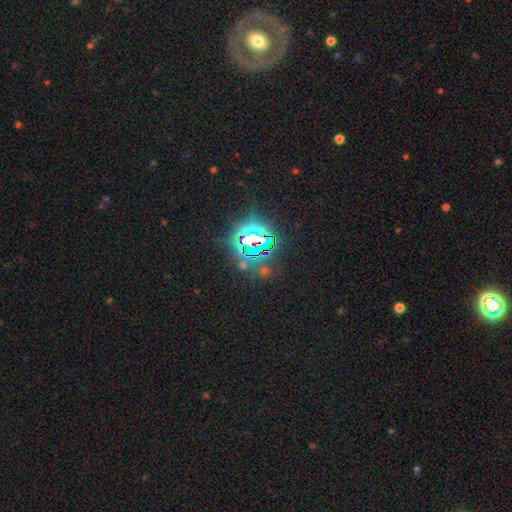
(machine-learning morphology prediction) A star or artifact, not a galaxy (78%).